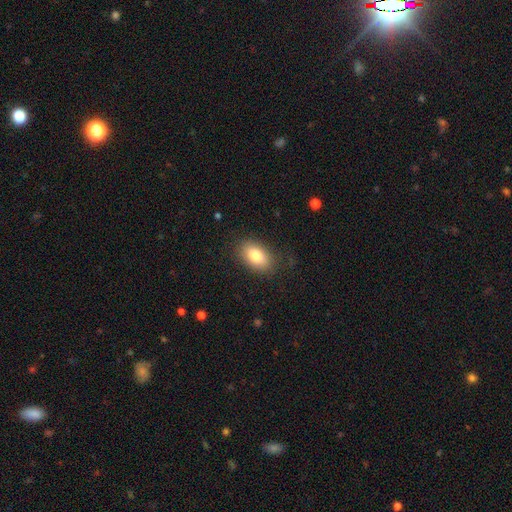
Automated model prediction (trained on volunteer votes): Smooth or featured?
  - smooth: 81% *
  - featured or disk: 11%
  - star or artifact: 8%
How rounded?
  - in between: 90% *
  - round: 9%
  - cigar-shaped: 2%
Merging?
  - none: 83% *
  - minor disturbance: 12%
  - major disturbance: 4%
  - merger: 1%